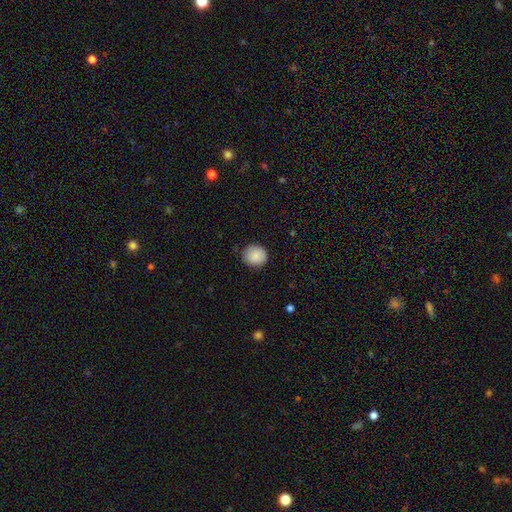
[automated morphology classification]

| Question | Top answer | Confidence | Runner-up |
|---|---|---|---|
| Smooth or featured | smooth | 88% | star or artifact (8%) |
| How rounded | round | 87% | in between (12%) |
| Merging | none | 87% | minor disturbance (10%) |